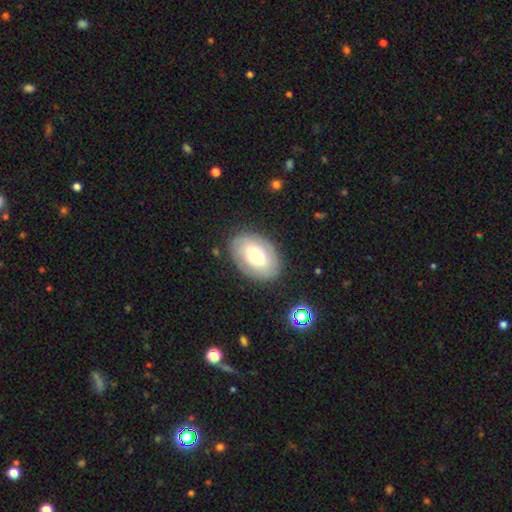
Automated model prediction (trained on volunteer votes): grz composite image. It shows a smooth galaxy with no disk features (57%) that is in between round and cigar-shaped (86%). Merging: none (80%).